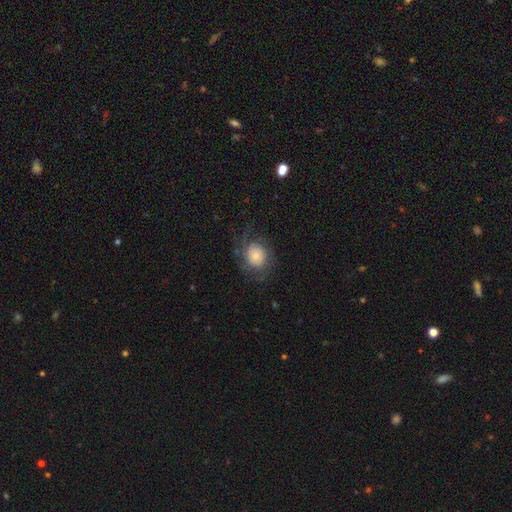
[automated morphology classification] Smooth or featured: smooth — 48% (featured or disk — 44%)
Merging: none — 62% (minor disturbance — 19%)